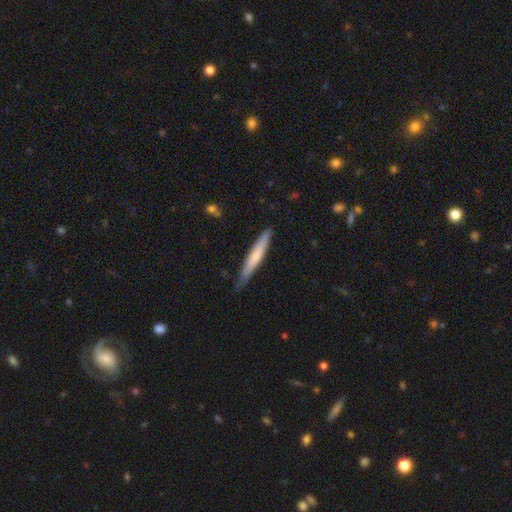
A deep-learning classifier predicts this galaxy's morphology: The model was most divided on "smooth or featured": smooth: 61%, featured or disk: 34%, star or artifact: 5%. More confident: how rounded — cigar-shaped (94%); merging — none (79%).